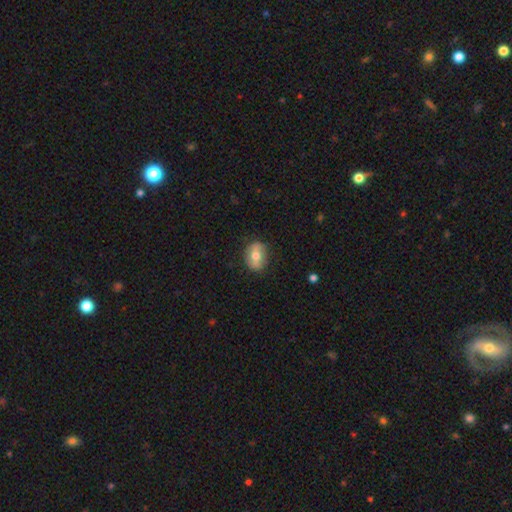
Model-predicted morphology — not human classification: This is possibly a smooth galaxy (56%). How rounded: likely in between (62%). Merging: clearly none (81%).